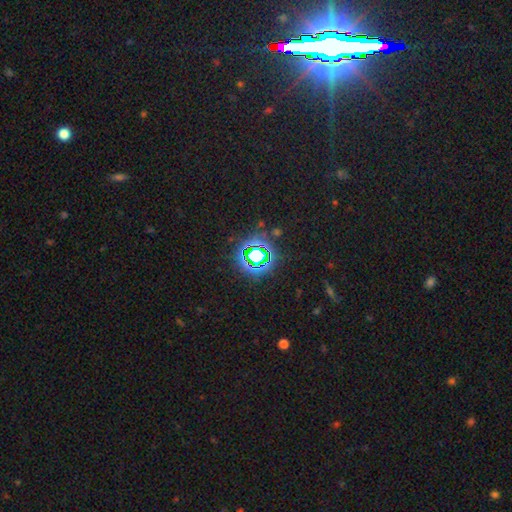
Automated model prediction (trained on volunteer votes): Q: Smooth or featured?
A: star or artifact (73%); runner-up: smooth (17%)